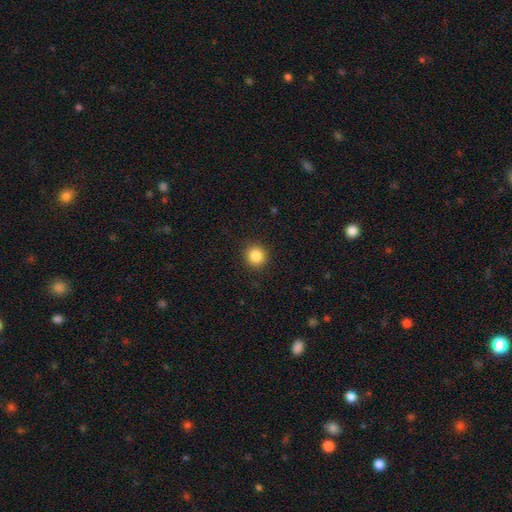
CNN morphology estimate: smooth_or_featured: smooth (p=0.85) [alt: star or artifact p=0.11]
how_rounded: round (p=0.93) [alt: in between p=0.06]
merging: none (p=0.92) [alt: minor disturbance p=0.05]